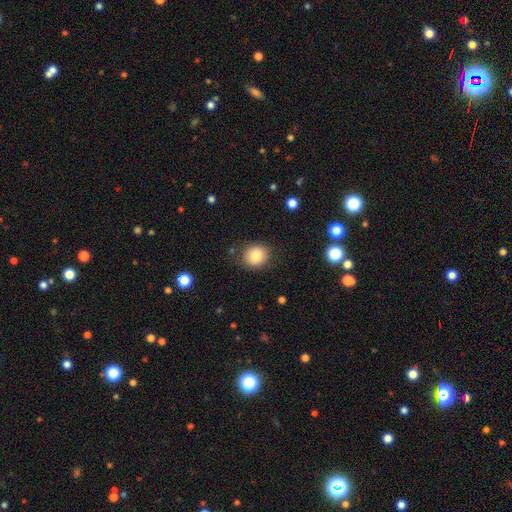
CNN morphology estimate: type=smooth (81%); roundness=round (69%); merging=none (84%).